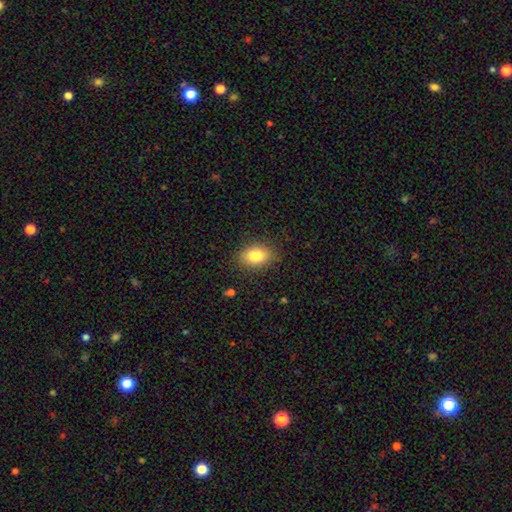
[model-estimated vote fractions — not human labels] Smooth or featured? Predicted: smooth (p=0.82). How rounded? Predicted: in between (p=0.79). Merging? Predicted: none (p=0.86).